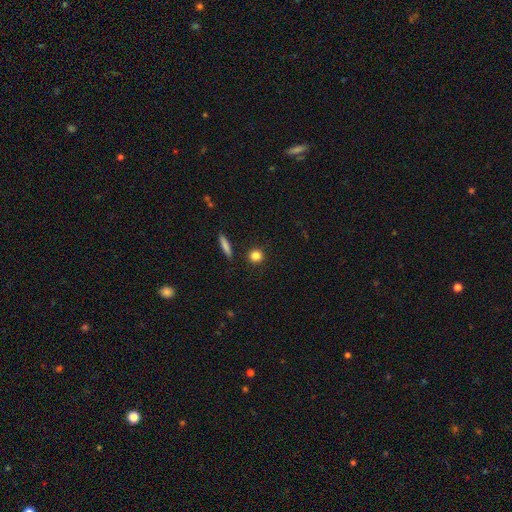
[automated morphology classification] This is clearly a smooth galaxy (84%). How rounded: clearly round (87%). Merging: clearly none (90%).